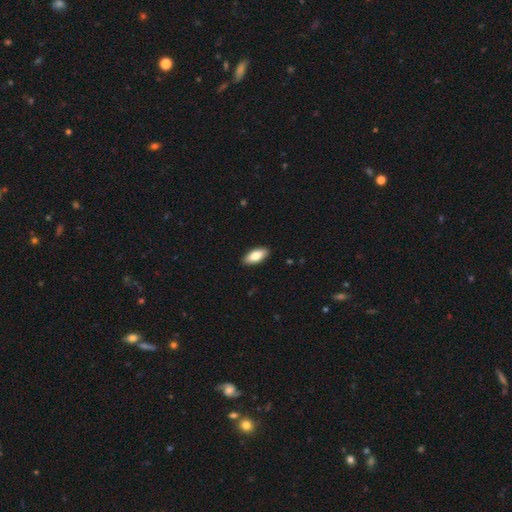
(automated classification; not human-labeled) Smooth or featured? Predicted: smooth (p=0.81). How rounded? Predicted: in between (p=0.85). Merging? Predicted: none (p=0.90).